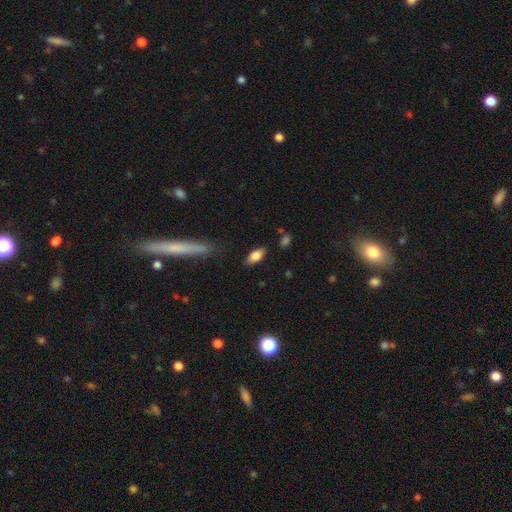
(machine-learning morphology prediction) This is likely a smooth galaxy (77%). How rounded: clearly in between (85%). Merging: clearly none (83%).